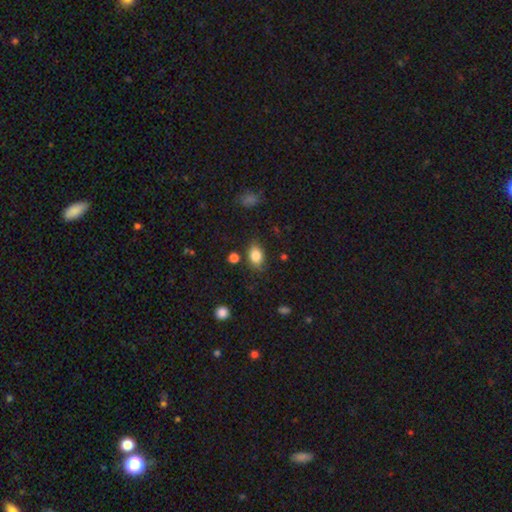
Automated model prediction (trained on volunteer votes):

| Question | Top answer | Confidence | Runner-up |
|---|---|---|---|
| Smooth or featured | smooth | 84% | star or artifact (9%) |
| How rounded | in between | 81% | round (18%) |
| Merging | none | 77% | minor disturbance (15%) |